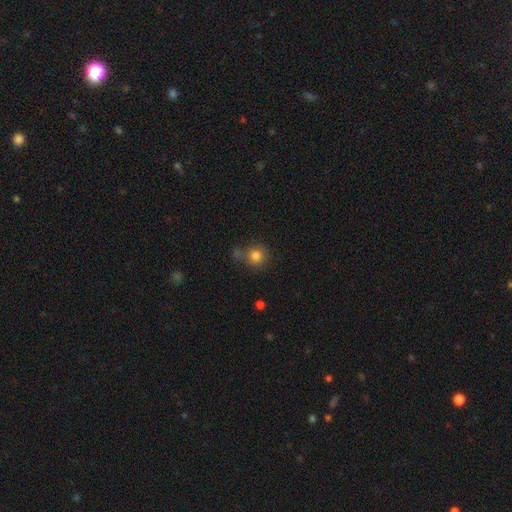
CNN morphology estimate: smooth_or_featured: smooth (p=0.81) [alt: star or artifact p=0.11]
how_rounded: round (p=0.87) [alt: in between p=0.12]
merging: none (p=0.61) [alt: merger p=0.17]